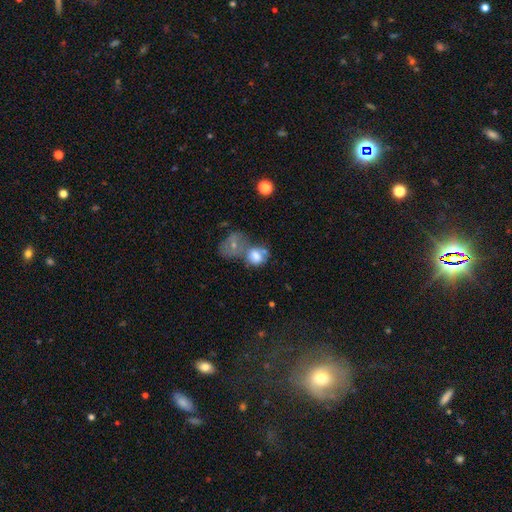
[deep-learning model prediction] Smooth or featured? smooth (68%)
How rounded? in between (54%)
Merging? merger (56%)